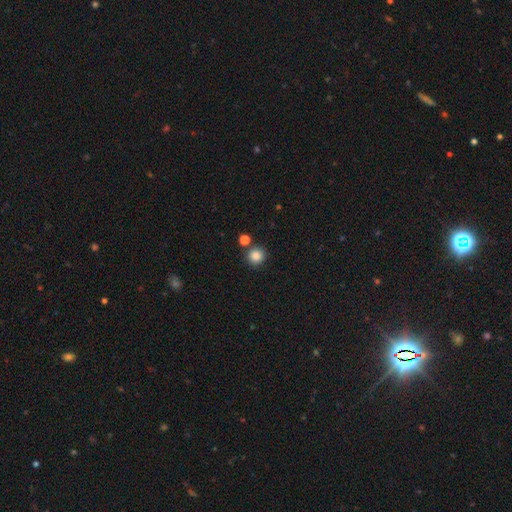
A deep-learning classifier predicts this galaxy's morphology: Overall: smooth (86%). How rounded: round (92%). Merging: none (81%).